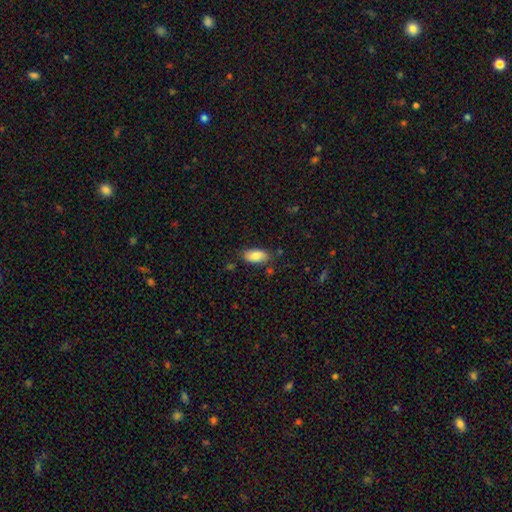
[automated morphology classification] A smooth galaxy with no disk features (84%) that is in between round and cigar-shaped (93%). Merging: none (79%).